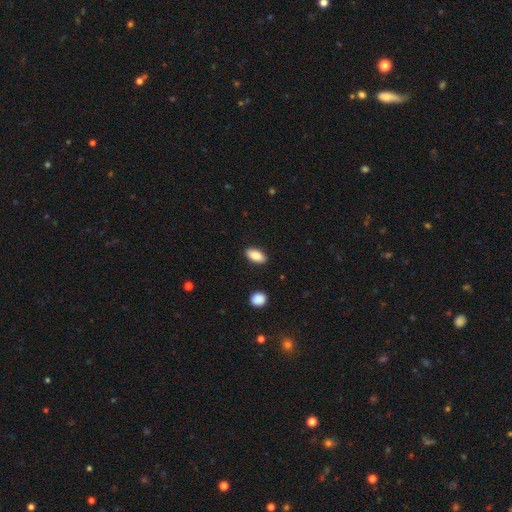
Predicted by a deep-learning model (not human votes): smooth 85%, featured or disk 8%, star or artifact 7%. Down the decision tree: how rounded — in between (91%); merging — none (89%).